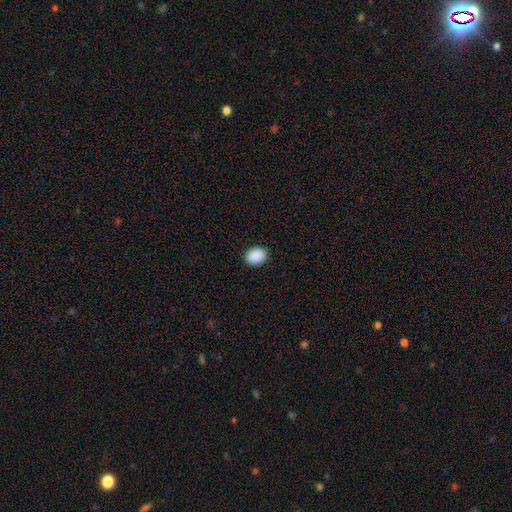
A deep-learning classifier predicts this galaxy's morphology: Smooth or featured? smooth (90%)
How rounded? in between (59%)
Merging? none (90%)